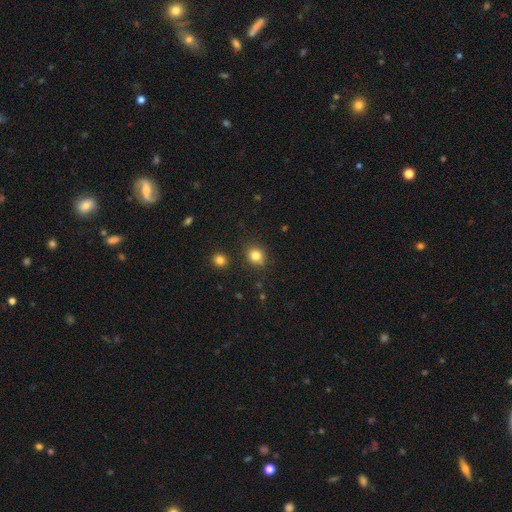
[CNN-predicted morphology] Overall: smooth (81%). How rounded: round (77%). Merging: none (83%).